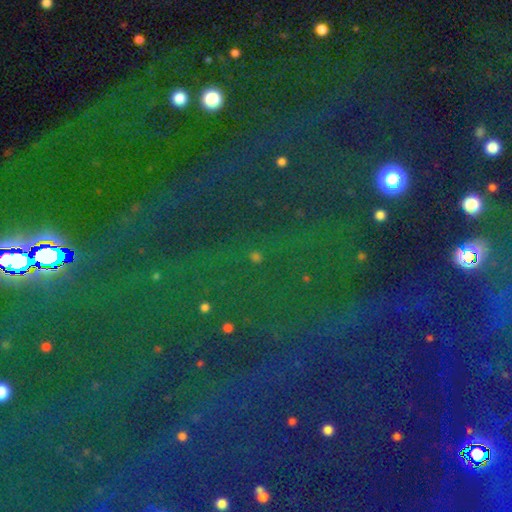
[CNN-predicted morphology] This is clearly a star or artifact rather than a galaxy (84%).